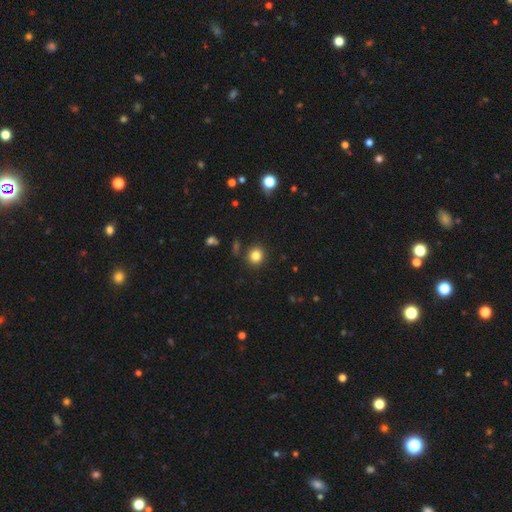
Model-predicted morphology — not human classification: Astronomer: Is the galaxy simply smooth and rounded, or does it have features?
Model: smooth — 83%.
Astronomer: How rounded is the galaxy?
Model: round — 82%.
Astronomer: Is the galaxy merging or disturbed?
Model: none — 88%.